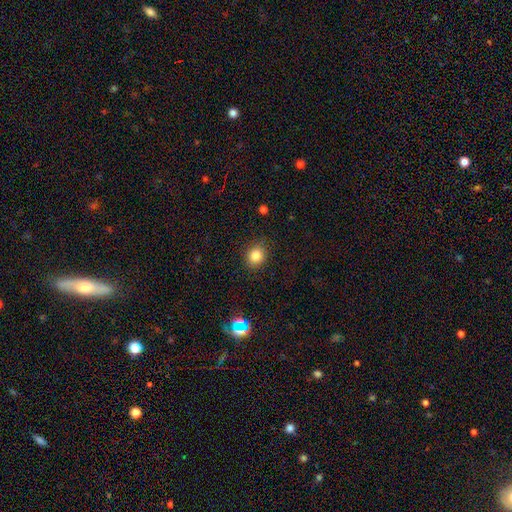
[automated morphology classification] smooth 83%, star or artifact 12%, featured or disk 5%. Down the decision tree: how rounded — round (73%); merging — none (86%).